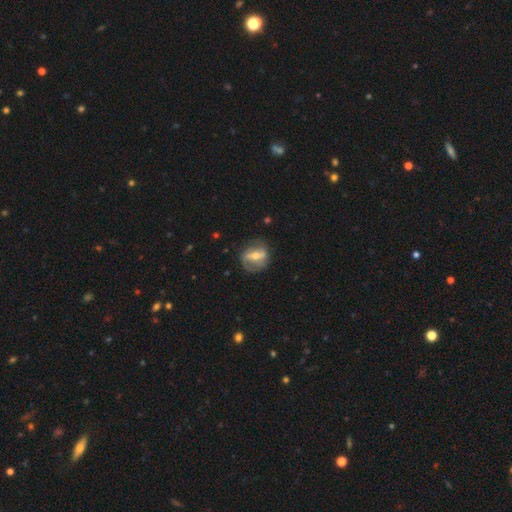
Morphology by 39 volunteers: Overall: featured or disk (62%; smooth 31%). Edge-on disk: no (96%). Bar: weak (48%; strong 43%). Spiral arms: yes (83%). Spiral arm count: 2 (74%). Spiral winding: medium (53%; loose 32%). Bulge size: moderate (74%). Merging: none (81%).